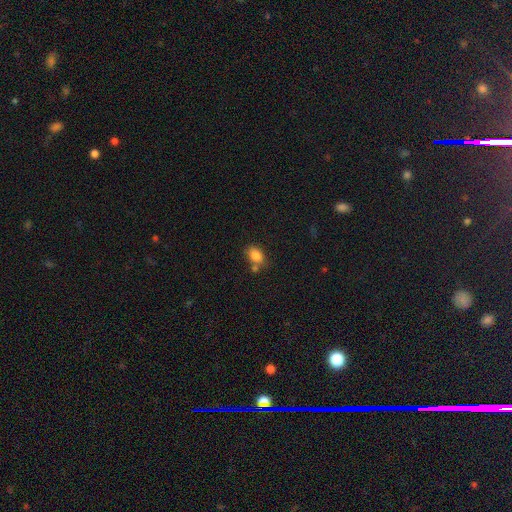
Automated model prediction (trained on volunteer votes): A smooth galaxy with no disk features (83%) that is in between round and cigar-shaped (78%). Merging: none (57%).